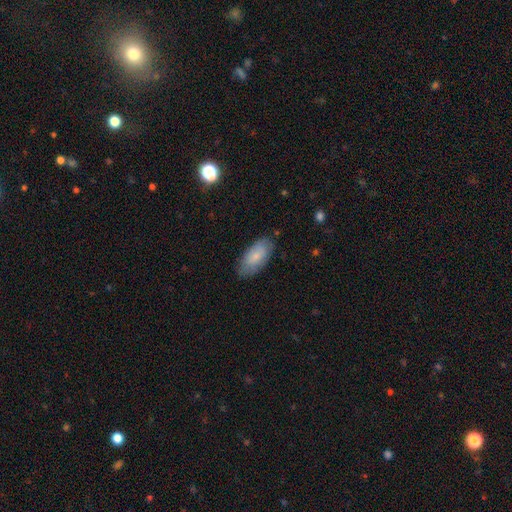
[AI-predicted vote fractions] The model was most divided on "smooth or featured": smooth: 77%, featured or disk: 17%, star or artifact: 6%. More confident: how rounded — in between (91%); merging — none (79%).